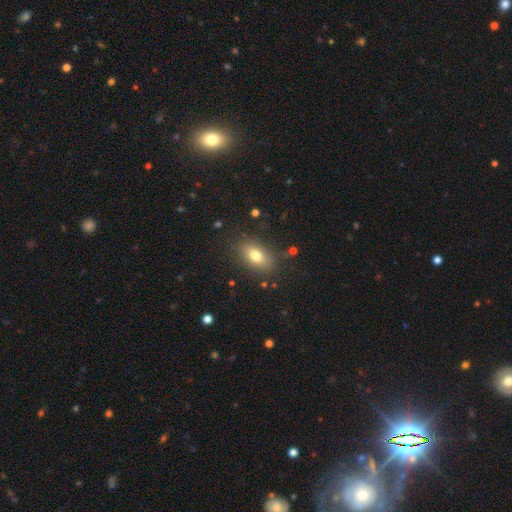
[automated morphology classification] Smooth or featured? Predicted: smooth (p=0.77). How rounded? Predicted: in between (p=0.87). Merging? Predicted: none (p=0.82).